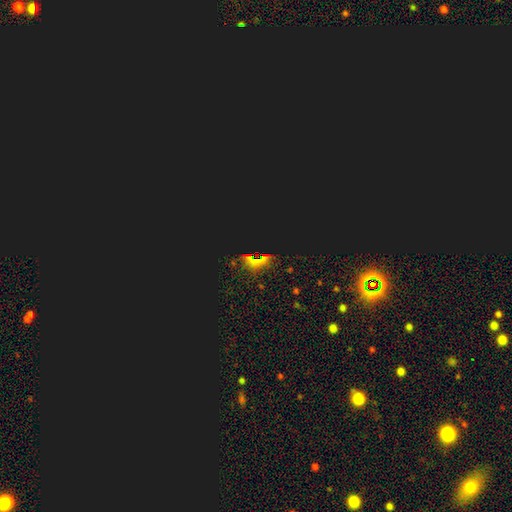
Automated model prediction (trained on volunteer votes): smooth_or_featured: star or artifact (p=0.75) [alt: smooth p=0.16]